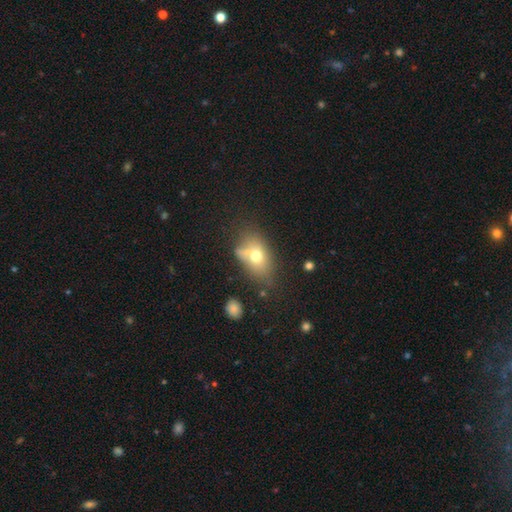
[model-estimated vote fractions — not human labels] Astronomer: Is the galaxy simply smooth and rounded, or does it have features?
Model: smooth — 67%.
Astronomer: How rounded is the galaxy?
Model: in between — 77%.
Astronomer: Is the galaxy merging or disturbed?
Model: none — 49%.